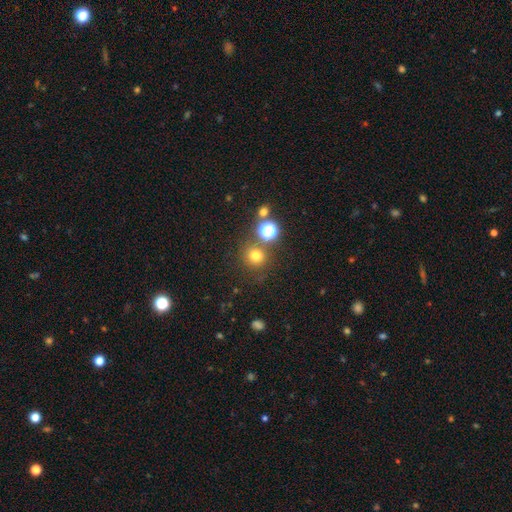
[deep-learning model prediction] Overall: smooth (72%). How rounded: round (91%). Merging: none (78%).